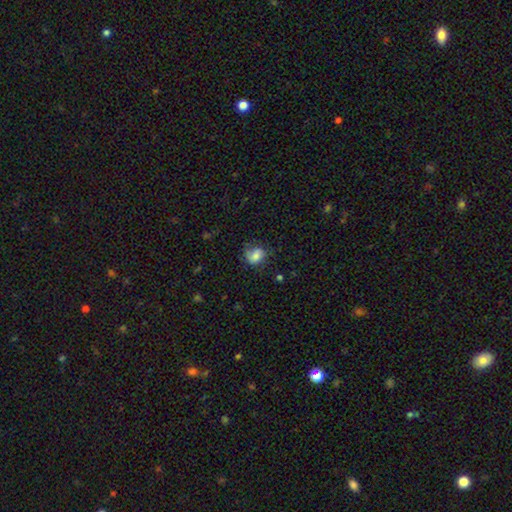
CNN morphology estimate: This appears to be a smooth galaxy with no disk features (64%) that is in between round and cigar-shaped (52%). Merging: none (50%).